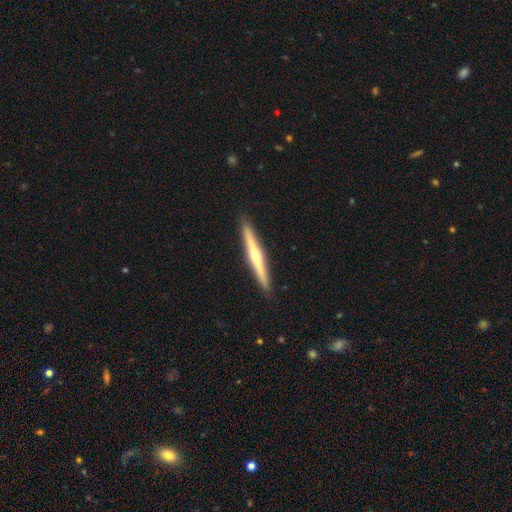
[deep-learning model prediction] smooth-or-featured: featured or disk: 70% | smooth: 25% | star or artifact: 5%
  disk-edge-on: yes: 98% | no: 2%
    edge-on-bulge: rounded: 88% | none: 10% | boxy: 2%
  merging: none: 92% | minor disturbance: 5% | major disturbance: 1% | merger: 1%